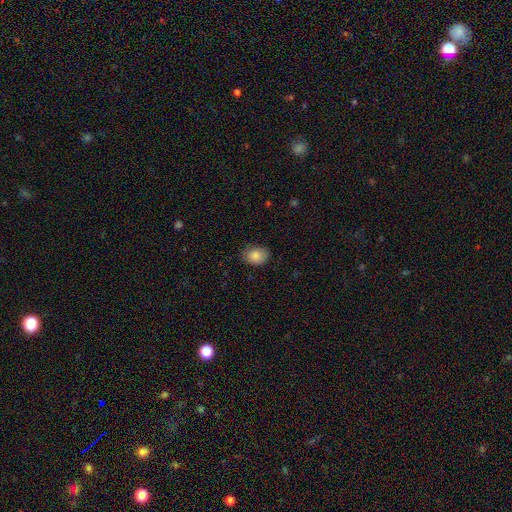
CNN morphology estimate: Smooth or featured: smooth — 86% (star or artifact — 8%)
How rounded: in between — 63% (round — 36%)
Merging: none — 76% (minor disturbance — 19%)